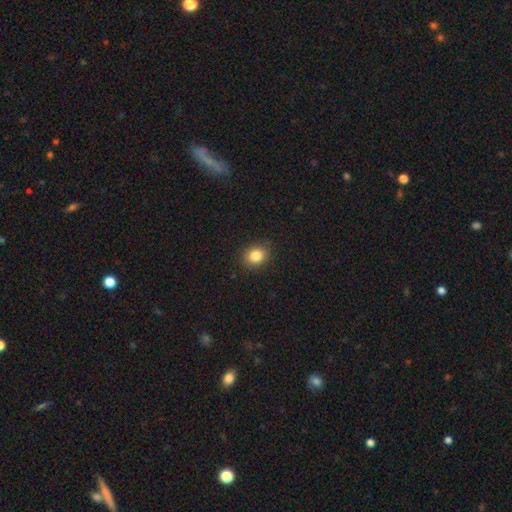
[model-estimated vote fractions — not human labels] smooth_or_featured: smooth (p=0.84) [alt: star or artifact p=0.10]
how_rounded: round (p=0.65) [alt: in between p=0.34]
merging: none (p=0.89) [alt: minor disturbance p=0.07]